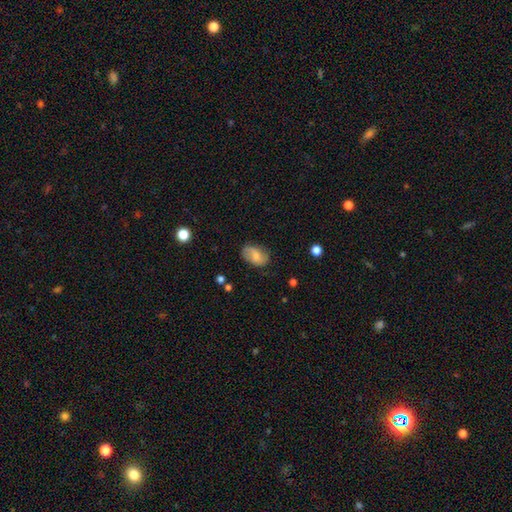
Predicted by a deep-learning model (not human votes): The model was most divided on "smooth or featured": smooth: 65%, featured or disk: 27%, star or artifact: 8%. More confident: how rounded — in between (85%); merging — none (70%).